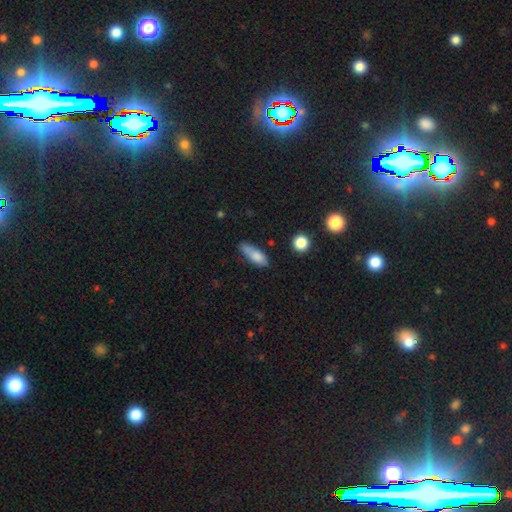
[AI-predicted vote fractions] The model was most divided on "merging": none: 57%, minor disturbance: 31%, major disturbance: 8%, merger: 4%. More confident: smooth or featured — smooth (80%); how rounded — in between (63%).